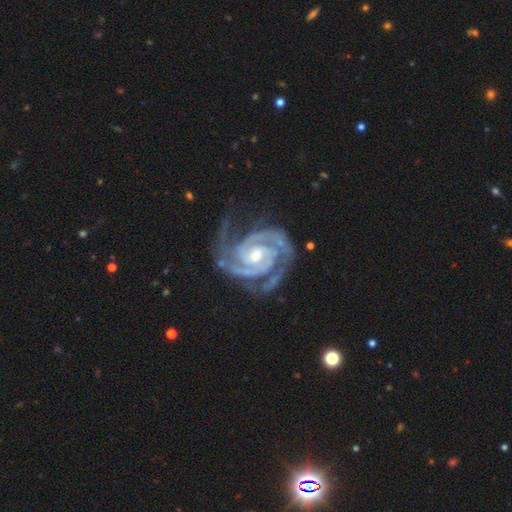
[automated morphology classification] A featured or disk galaxy (94%) with no bar (47%), 2 (68%) tight (67%) spiral arms (99%) and a moderate central bulge (53%).

Vote fractions:
- Smooth or featured? featured or disk: 94% / star or artifact: 4% / smooth: 2%
- Edge-on disk? no: 98% / yes: 2%
- Bar? no: 47% / weak: 38% / strong: 16%
- Spiral arms? yes: 99% / no: 1%
- Spiral winding? tight: 67% / medium: 30% / loose: 3%
- Spiral arm count? 2: 68% / 3: 20% / can't tell: 4% / 4: 3% / 1: 3% / more than 4: 3%
- Bulge size? moderate: 53% / small: 42% / large: 3% / none: 2% / dominant: 1%
- Merging? none: 69% / minor disturbance: 20% / major disturbance: 9% / merger: 2%